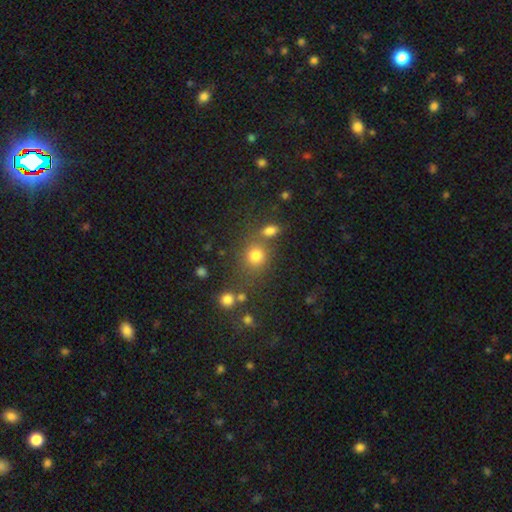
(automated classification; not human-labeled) Smooth or featured? smooth (78%)
How rounded? round (80%)
Merging? none (63%)